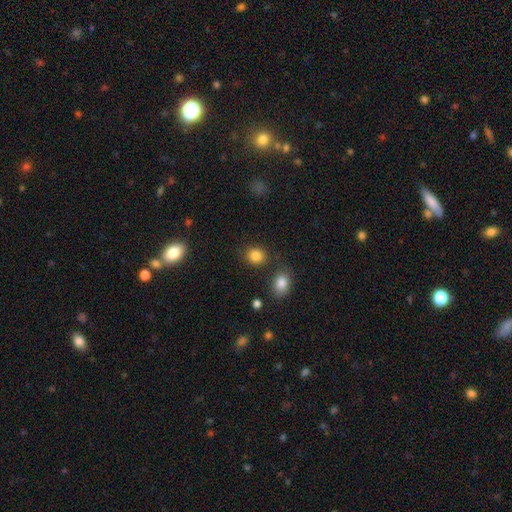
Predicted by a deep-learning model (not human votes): A smooth galaxy with no disk features (85%) that is round (73%).

Vote fractions:
- Smooth or featured? smooth: 85% / star or artifact: 11% / featured or disk: 5%
- How rounded? round: 73% / in between: 26% / cigar-shaped: 1%
- Merging? none: 79% / minor disturbance: 10% / merger: 8% / major disturbance: 3%